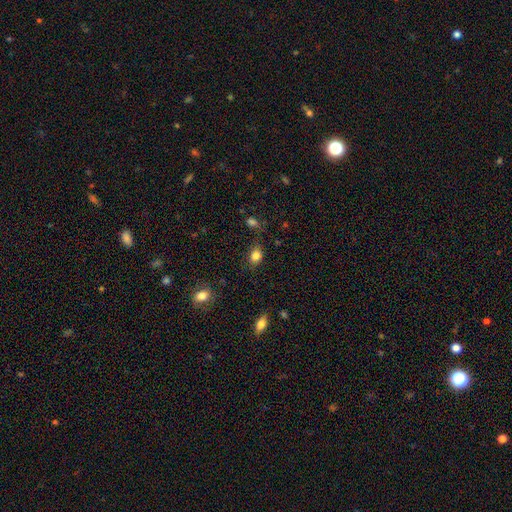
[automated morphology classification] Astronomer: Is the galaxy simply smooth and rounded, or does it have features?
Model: smooth — 83%.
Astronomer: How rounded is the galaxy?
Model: in between — 63%.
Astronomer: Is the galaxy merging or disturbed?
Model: none — 75%.